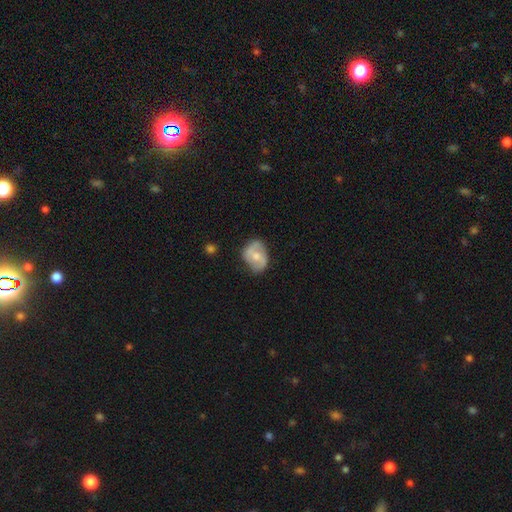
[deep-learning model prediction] smooth-or-featured: featured or disk: 52% | smooth: 42% | star or artifact: 6%
  disk-edge-on: no: 96% | yes: 4%
  merging: none: 65% | minor disturbance: 26% | major disturbance: 7% | merger: 2%